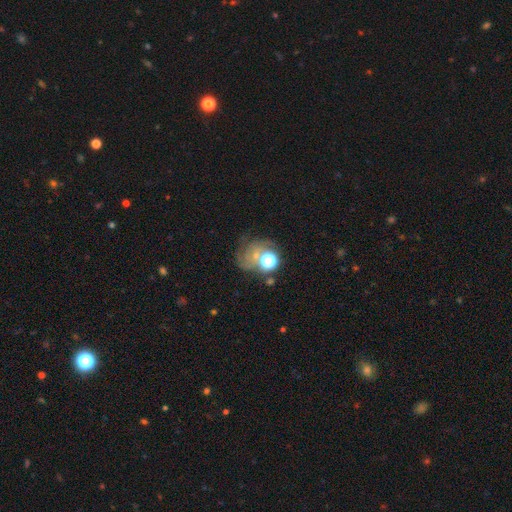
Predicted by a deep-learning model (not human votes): Smooth or featured? Predicted: featured or disk (p=0.42). Merging? Predicted: none (p=0.41).